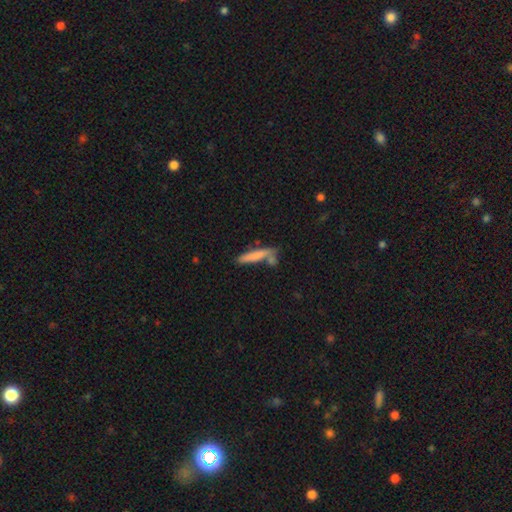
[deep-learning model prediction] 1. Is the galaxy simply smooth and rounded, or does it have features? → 76% smooth, 18% featured or disk, 7% star or artifact.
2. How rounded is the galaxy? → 88% cigar-shaped, 10% in between, 2% round.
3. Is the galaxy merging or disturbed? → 63% none, 17% merger, 16% minor disturbance, 5% major disturbance.